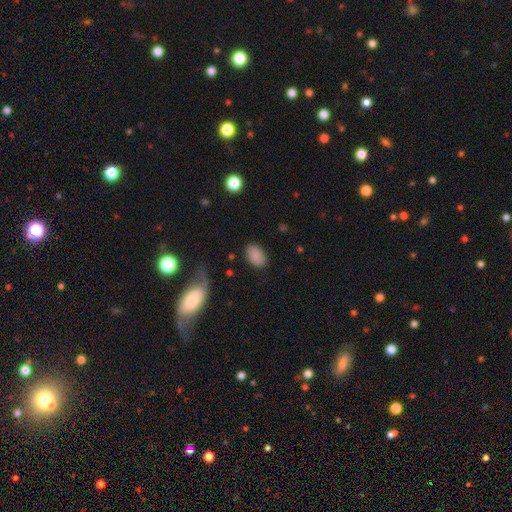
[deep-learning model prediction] Smooth or featured?
  - smooth: 86% *
  - star or artifact: 8%
  - featured or disk: 6%
How rounded?
  - in between: 90% *
  - round: 8%
  - cigar-shaped: 1%
Merging?
  - none: 83% *
  - minor disturbance: 12%
  - major disturbance: 4%
  - merger: 2%